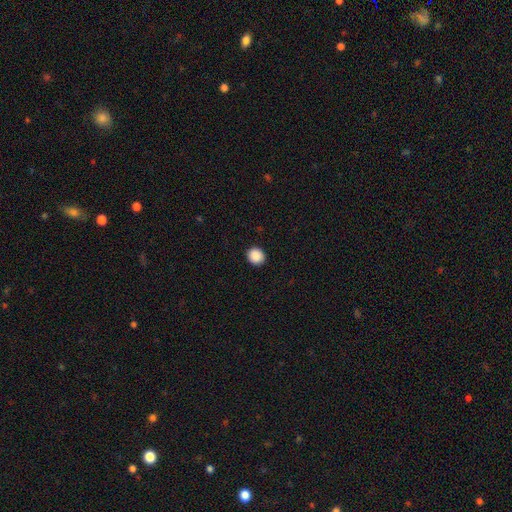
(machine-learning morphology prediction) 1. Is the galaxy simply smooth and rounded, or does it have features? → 89% smooth, 9% star or artifact, 2% featured or disk.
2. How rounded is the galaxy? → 88% round, 11% in between, 1% cigar-shaped.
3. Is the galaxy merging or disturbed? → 92% none, 5% minor disturbance, 2% major disturbance, 1% merger.